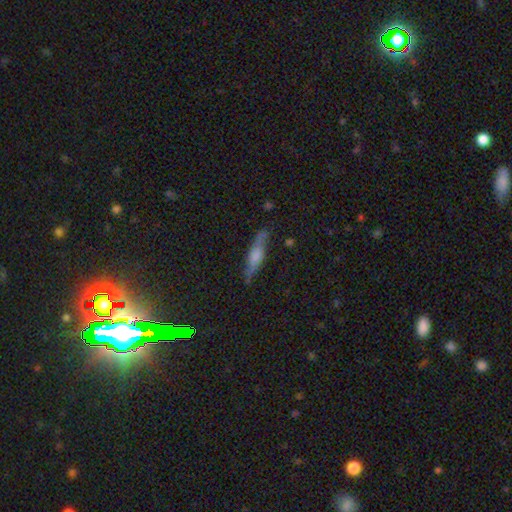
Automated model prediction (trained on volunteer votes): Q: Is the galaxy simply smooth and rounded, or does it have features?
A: featured or disk — 52%.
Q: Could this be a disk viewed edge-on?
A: yes — 86%.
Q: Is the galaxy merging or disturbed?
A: none — 79%.